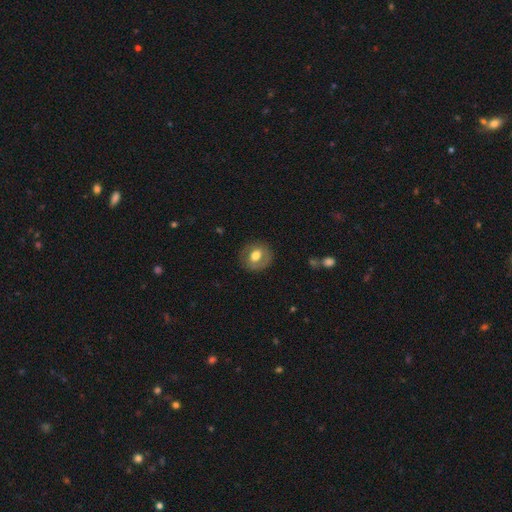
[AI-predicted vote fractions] A smooth galaxy with no disk features (60%) that is round (74%).

Vote fractions:
- Smooth or featured? smooth: 60% / featured or disk: 33% / star or artifact: 7%
- How rounded? round: 74% / in between: 25% / cigar-shaped: 1%
- Merging? none: 83% / minor disturbance: 12% / major disturbance: 4% / merger: 1%